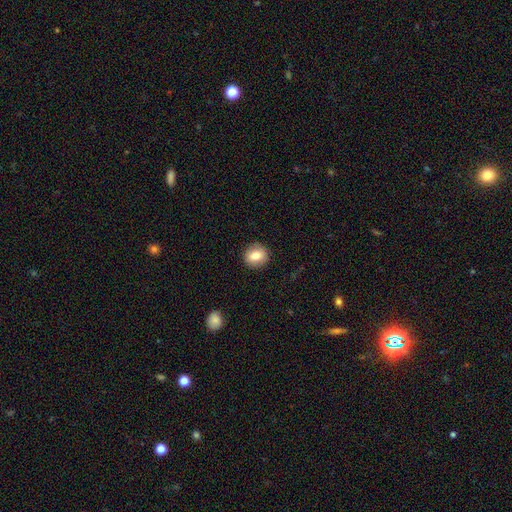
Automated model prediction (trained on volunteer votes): Smooth or featured: smooth — 78% (featured or disk — 14%)
How rounded: round — 79% (in between — 20%)
Merging: none — 90% (minor disturbance — 7%)